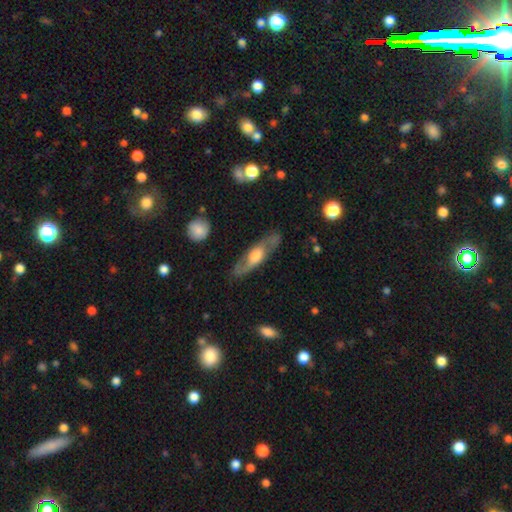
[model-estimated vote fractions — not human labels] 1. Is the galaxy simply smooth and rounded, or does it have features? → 61% featured or disk, 34% smooth, 5% star or artifact.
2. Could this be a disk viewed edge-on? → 53% no, 47% yes.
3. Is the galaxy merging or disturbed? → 79% none, 14% minor disturbance, 5% major disturbance, 2% merger.